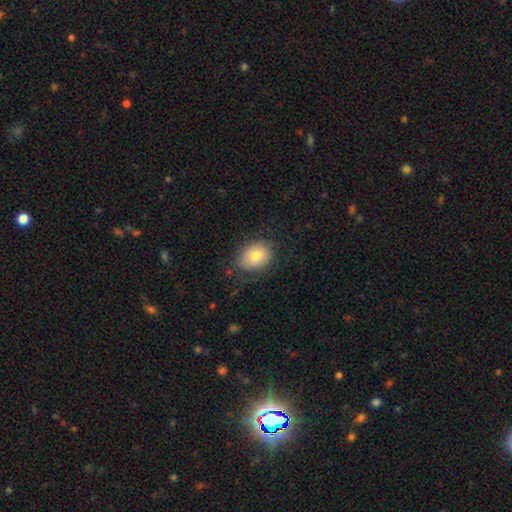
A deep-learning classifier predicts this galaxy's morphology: The model was most divided on "how rounded": in between: 59%, round: 40%, cigar-shaped: 1%. More confident: smooth or featured — smooth (78%); merging — none (71%).